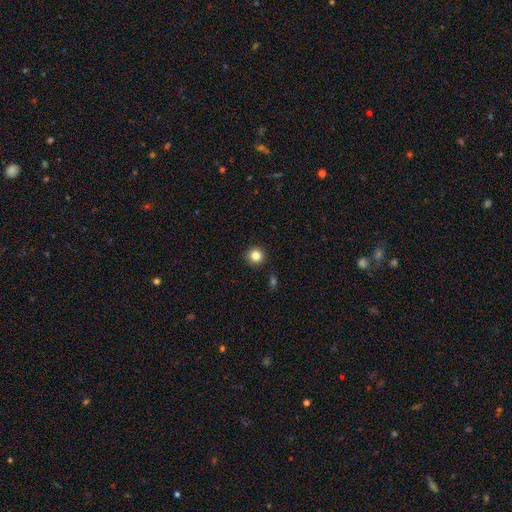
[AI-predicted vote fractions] The model was most divided on "smooth or featured": smooth: 83%, star or artifact: 12%, featured or disk: 5%. More confident: how rounded — round (94%); merging — none (92%).